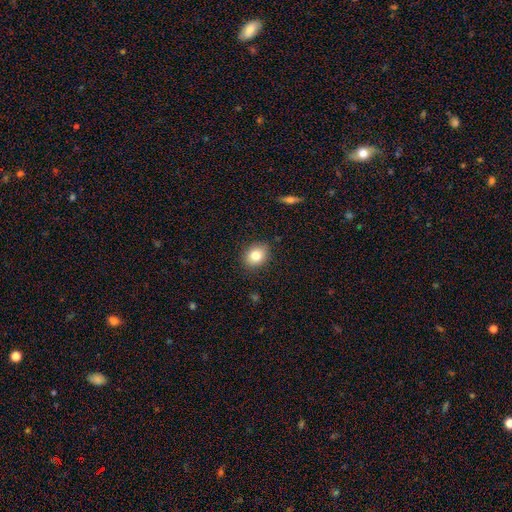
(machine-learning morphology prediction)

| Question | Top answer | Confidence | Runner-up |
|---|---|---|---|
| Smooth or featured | smooth | 80% | star or artifact (10%) |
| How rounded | round | 53% | in between (46%) |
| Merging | none | 87% | minor disturbance (10%) |